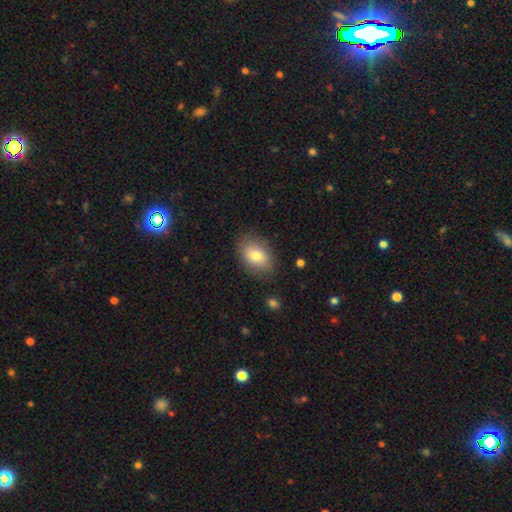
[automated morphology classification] Smooth or featured? smooth (78%)
How rounded? in between (84%)
Merging? none (83%)